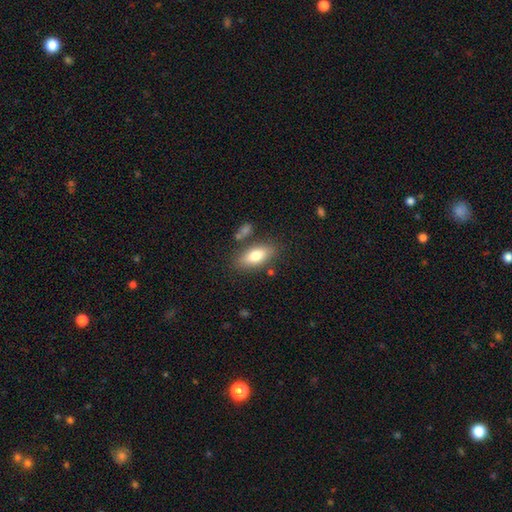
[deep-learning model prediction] Morphology: type=smooth (76%); roundness=in between (83%); merging=none (77%).